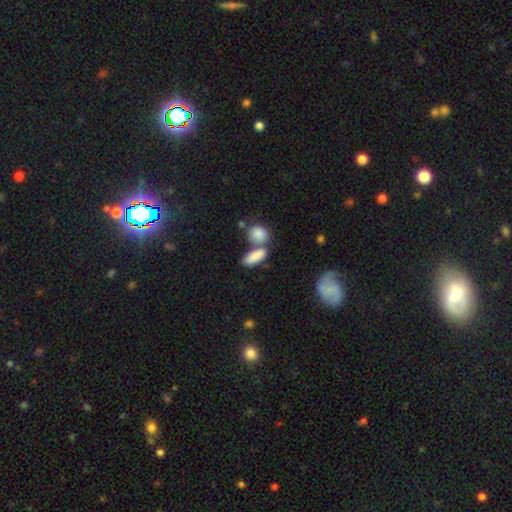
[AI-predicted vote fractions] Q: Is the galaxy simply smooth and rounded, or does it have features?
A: smooth — 86%.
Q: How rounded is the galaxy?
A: in between — 78%.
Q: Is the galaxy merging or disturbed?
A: none — 45%.